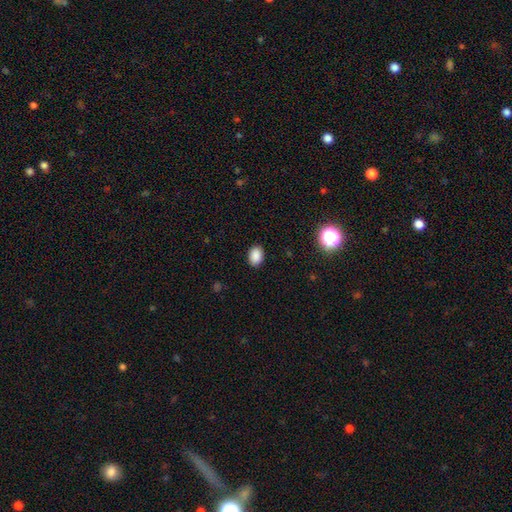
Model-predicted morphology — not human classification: A smooth galaxy with no disk features (87%) that is in between round and cigar-shaped (71%). Merging: none (89%).